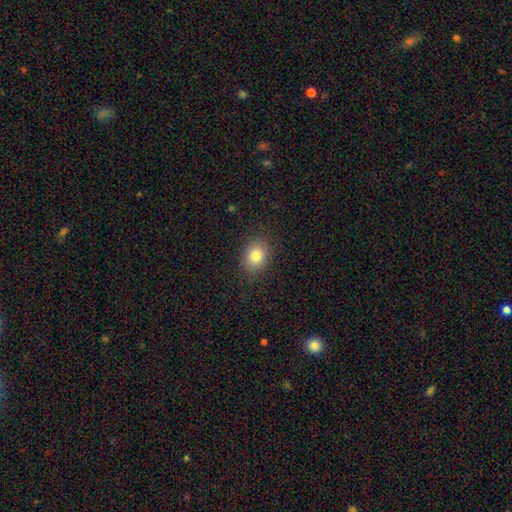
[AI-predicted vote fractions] This appears to be a smooth galaxy with no disk features (81%) that is round (52%). Merging: none (87%).